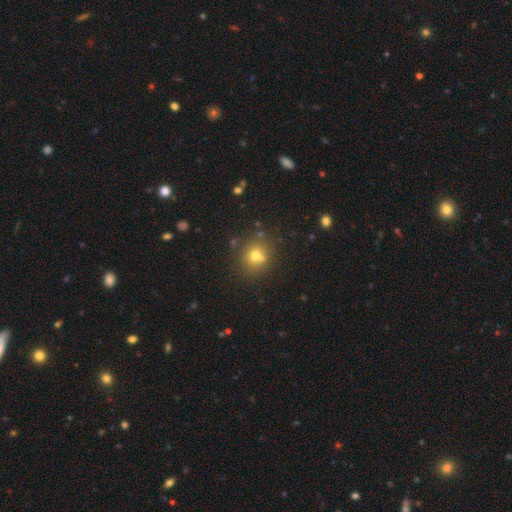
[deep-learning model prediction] Smooth or featured?
  - smooth: 68% *
  - star or artifact: 17%
  - featured or disk: 15%
How rounded?
  - round: 82% *
  - in between: 17%
  - cigar-shaped: 1%
Merging?
  - none: 65% *
  - merger: 21%
  - minor disturbance: 11%
  - major disturbance: 4%